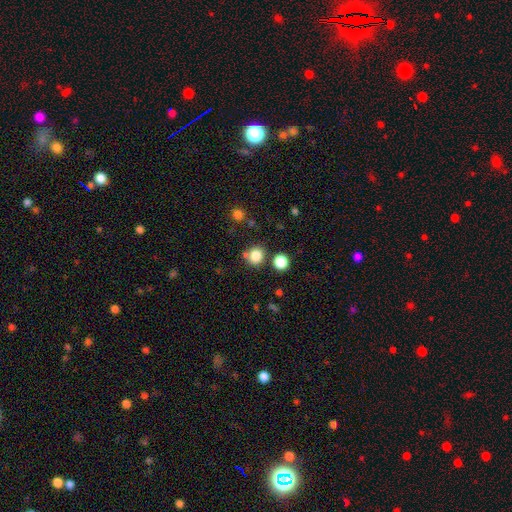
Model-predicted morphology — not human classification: type=smooth (83%); roundness=round (84%); merging=none (73%).